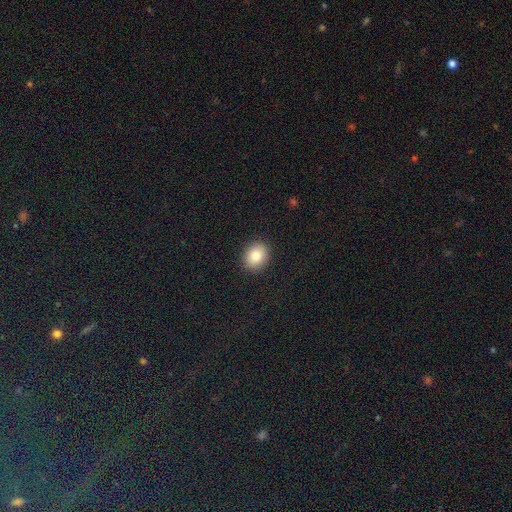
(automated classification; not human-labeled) Overall: smooth (83%). How rounded: round (59%; in between 41%). Merging: none (91%).